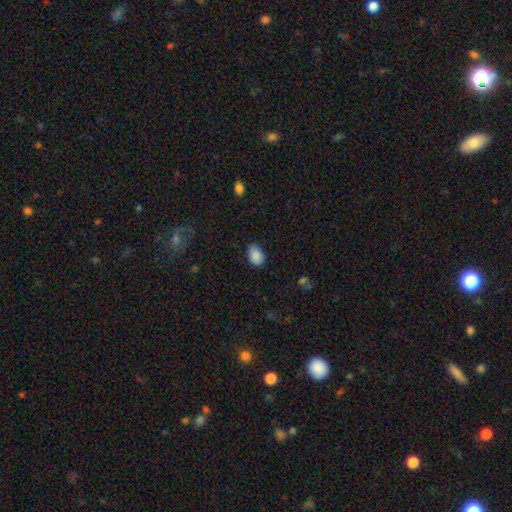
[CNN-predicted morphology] Smooth or featured?
  - smooth: 88% *
  - star or artifact: 8%
  - featured or disk: 4%
How rounded?
  - in between: 83% *
  - round: 16%
  - cigar-shaped: 1%
Merging?
  - none: 75% *
  - minor disturbance: 20%
  - major disturbance: 3%
  - merger: 1%